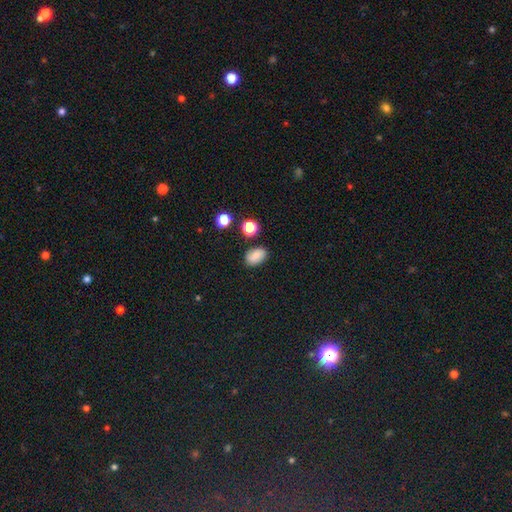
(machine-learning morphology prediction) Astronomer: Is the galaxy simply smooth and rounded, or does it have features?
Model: smooth — 76%.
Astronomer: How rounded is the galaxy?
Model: in between — 84%.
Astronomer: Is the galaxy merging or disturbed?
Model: none — 80%.